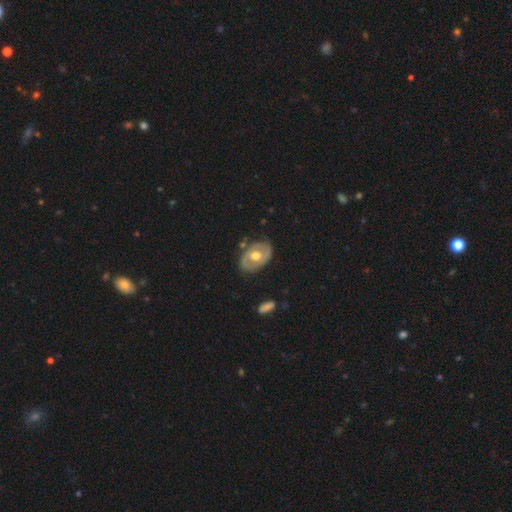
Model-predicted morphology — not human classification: Q: Smooth or featured?
A: featured or disk (64%); runner-up: smooth (32%)
Q: Edge-on disk?
A: no (94%); runner-up: yes (6%)
Q: Bar?
A: no (70%); runner-up: weak (23%)
Q: Spiral arms?
A: no (56%); runner-up: yes (44%)
Q: Bulge size?
A: moderate (75%); runner-up: large (16%)
Q: Merging?
A: none (73%); runner-up: minor disturbance (19%)